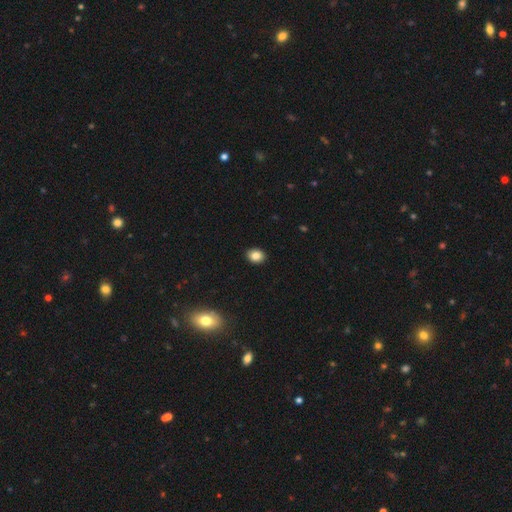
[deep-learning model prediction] smooth_or_featured: smooth (p=0.85) [alt: star or artifact p=0.09]
how_rounded: in between (p=0.53) [alt: round p=0.46]
merging: none (p=0.91) [alt: minor disturbance p=0.06]